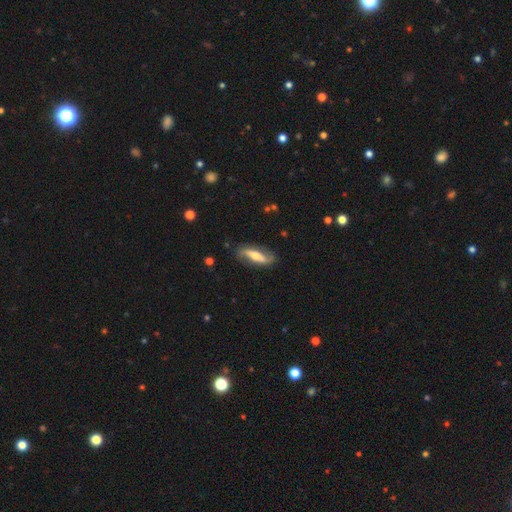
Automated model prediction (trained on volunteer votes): This appears to be a featured or disk galaxy (70%) with a strong bar (44%), spiral arms (85%) and a moderate central bulge (61%). Merging: none (78%).